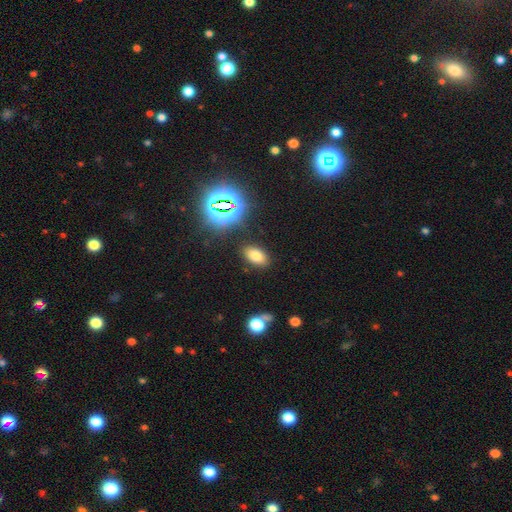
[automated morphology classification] Overall: smooth (71%). How rounded: in between (90%). Merging: none (87%).